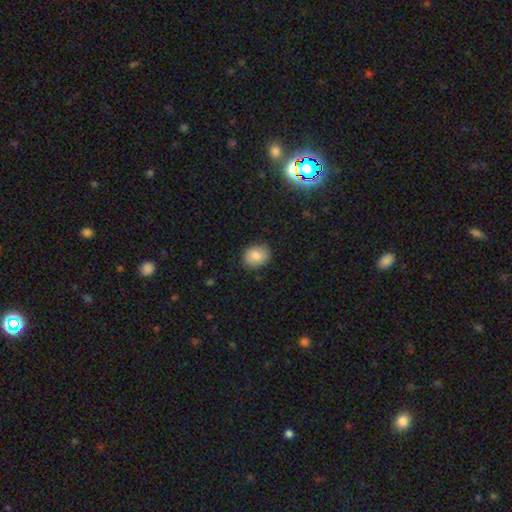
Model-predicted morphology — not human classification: This appears to be a smooth galaxy with no disk features (83%) that is round (51%). Merging: none (87%).